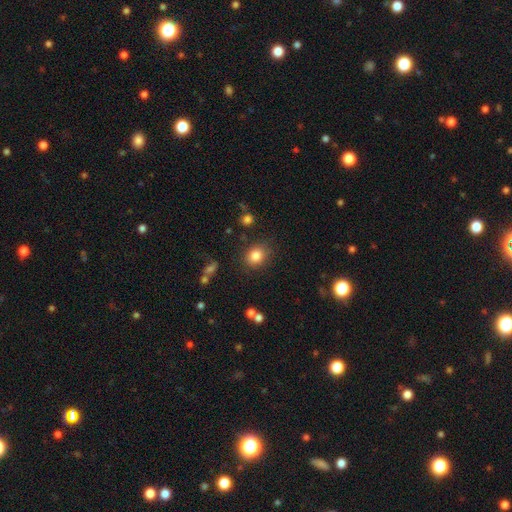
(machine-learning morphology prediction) type=smooth (83%); roundness=round (61%); merging=none (84%).